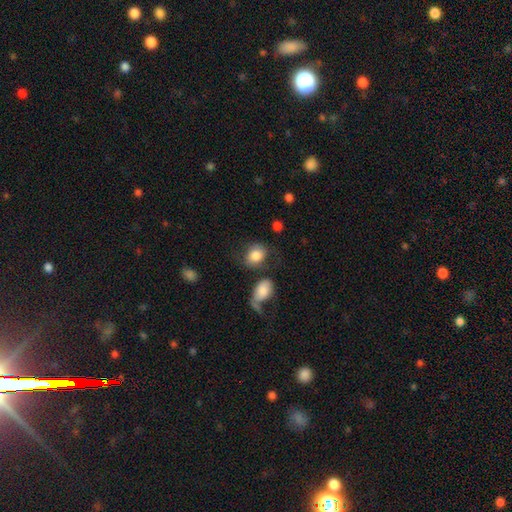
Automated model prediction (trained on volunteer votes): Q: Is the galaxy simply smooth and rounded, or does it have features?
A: smooth — 80%.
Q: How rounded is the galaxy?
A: in between — 52%.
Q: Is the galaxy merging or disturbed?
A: none — 50%.